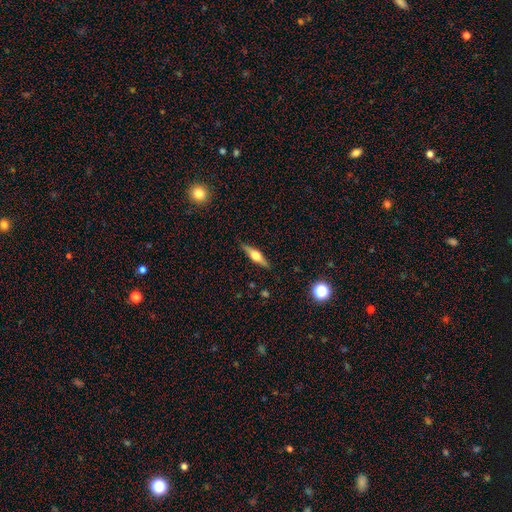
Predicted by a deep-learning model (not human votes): Smooth or featured: featured or disk — 65% (smooth — 28%)
Edge-on disk: yes — 97% (no — 3%)
Edge-on bulge: rounded — 93% (boxy — 5%)
Merging: none — 89% (minor disturbance — 8%)